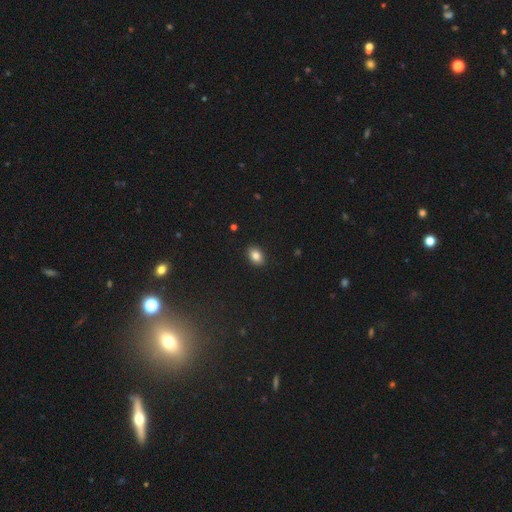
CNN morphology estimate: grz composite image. It shows a smooth galaxy with no disk features (84%) that is in between round and cigar-shaped (83%). Merging: none (89%).